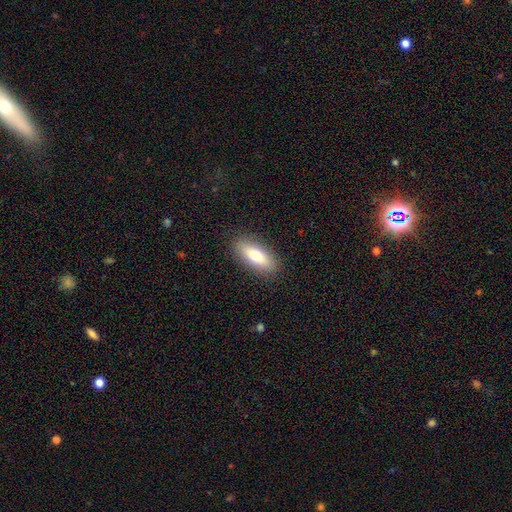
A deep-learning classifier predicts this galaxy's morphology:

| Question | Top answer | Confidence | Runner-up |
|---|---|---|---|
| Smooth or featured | smooth | 75% | featured or disk (18%) |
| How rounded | in between | 72% | cigar-shaped (25%) |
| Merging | none | 88% | minor disturbance (8%) |